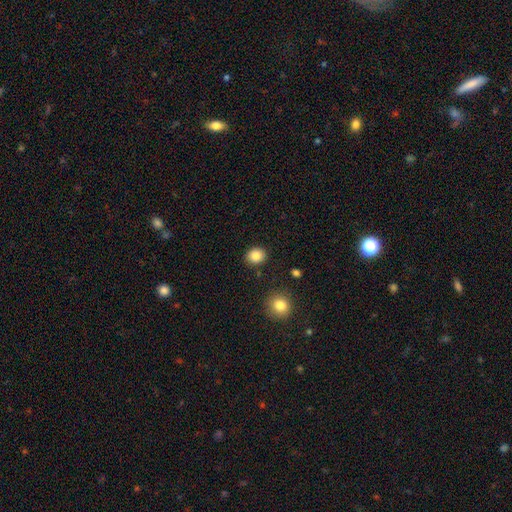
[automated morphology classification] A smooth galaxy with no disk features (85%) that is round (67%). Merging: none (87%).